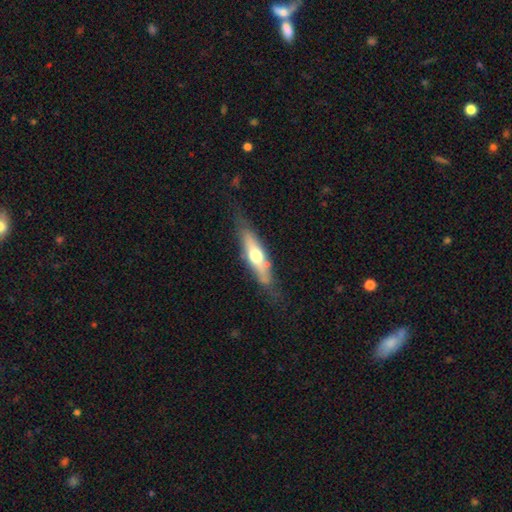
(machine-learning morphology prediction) The model was most divided on "smooth or featured": featured or disk: 52%, smooth: 42%, star or artifact: 6%. More confident: edge-on disk — yes (80%); merging — none (71%).